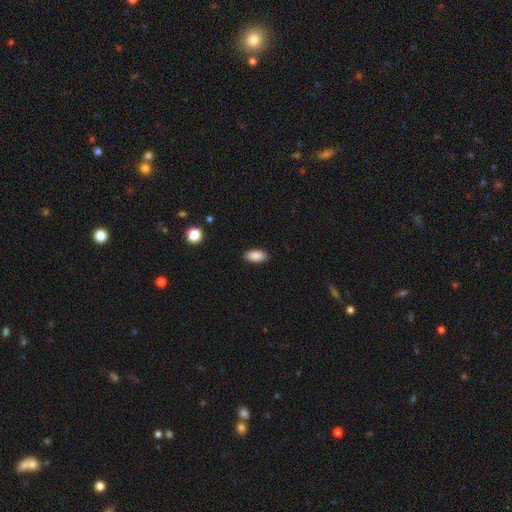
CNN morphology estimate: smooth-or-featured: smooth: 89% | star or artifact: 7% | featured or disk: 4%
  how-rounded: in between: 93% | cigar-shaped: 5% | round: 3%
  merging: none: 88% | minor disturbance: 9% | major disturbance: 2% | merger: 1%